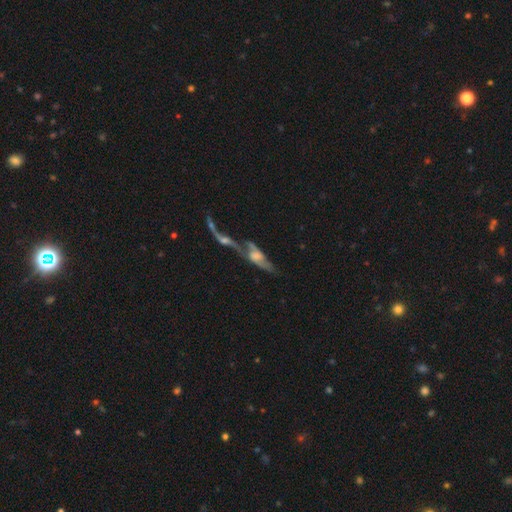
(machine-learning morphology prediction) Overall: featured or disk (68%). Edge-on disk: no (63%; yes 37%). Merging: merger (70%).